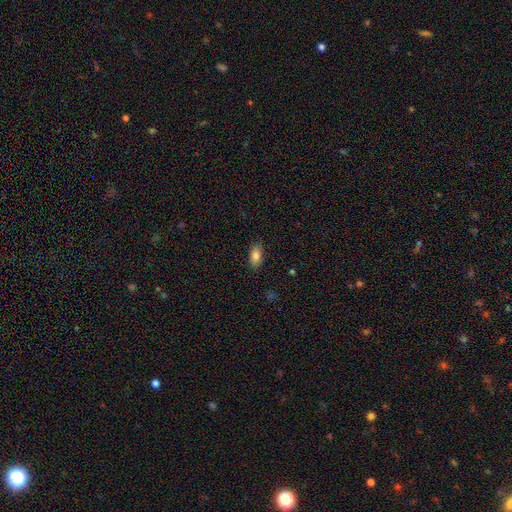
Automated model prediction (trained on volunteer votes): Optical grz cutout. It shows a smooth galaxy with no disk features (83%) that is in between round and cigar-shaped (91%). Merging: none (86%).